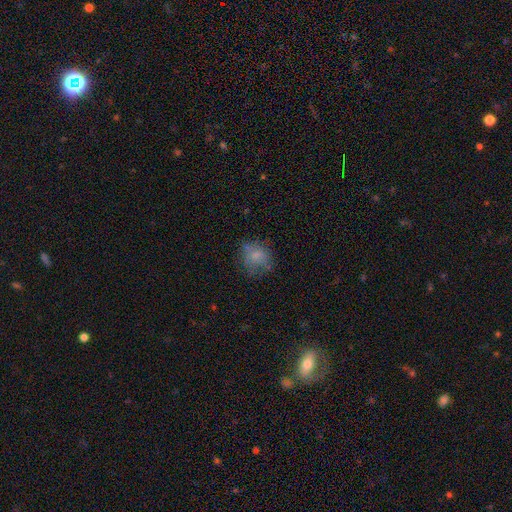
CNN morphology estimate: Smooth or featured? smooth (69%)
How rounded? round (69%)
Merging? none (58%)